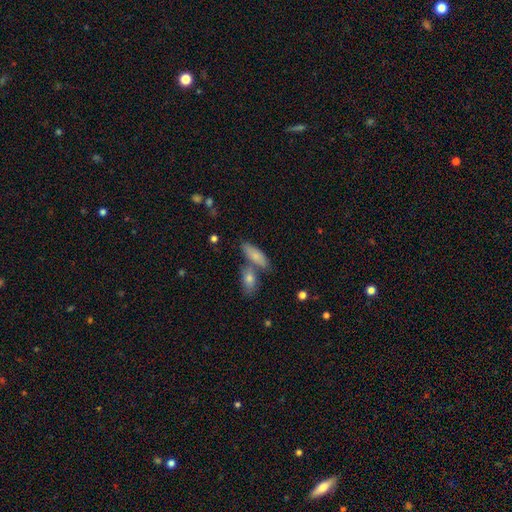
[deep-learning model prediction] This appears to be a smooth galaxy with no disk features (78%) that is in between round and cigar-shaped (65%). Merging: none (50%).